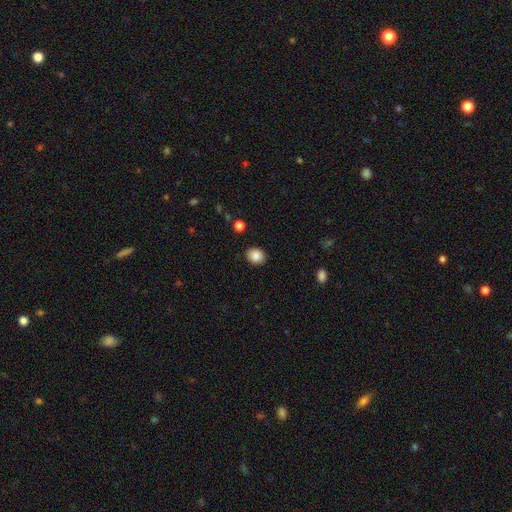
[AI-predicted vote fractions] Smooth or featured? Predicted: smooth (p=0.87). How rounded? Predicted: round (p=0.60). Merging? Predicted: none (p=0.88).